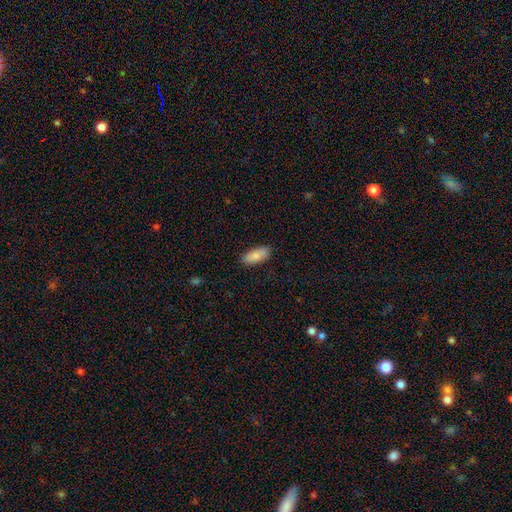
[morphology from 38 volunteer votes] smooth_or_featured: smooth (p=0.87) [alt: featured or disk p=0.08]
how_rounded: in between (p=0.82) [alt: cigar-shaped p=0.15]
merging: none (p=0.92) [alt: major disturbance p=0.08]